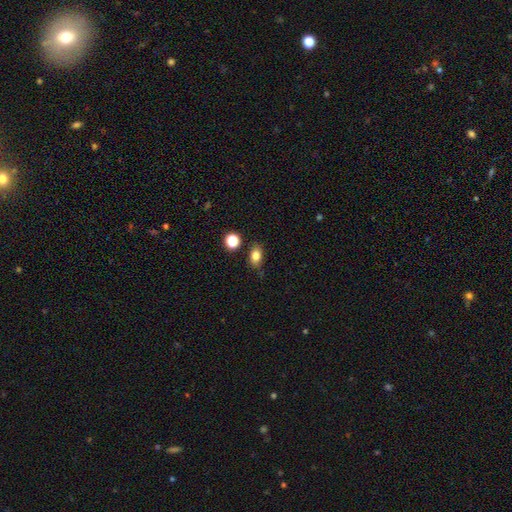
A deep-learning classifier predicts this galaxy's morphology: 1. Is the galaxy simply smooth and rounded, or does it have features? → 81% smooth, 12% star or artifact, 7% featured or disk.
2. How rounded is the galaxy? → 74% in between, 24% round, 2% cigar-shaped.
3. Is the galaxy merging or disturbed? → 78% none, 14% minor disturbance, 5% merger, 3% major disturbance.